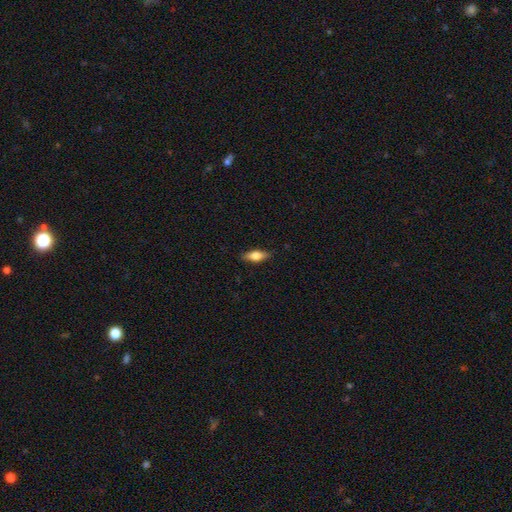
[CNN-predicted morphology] smooth-or-featured: smooth: 60% | featured or disk: 33% | star or artifact: 7%
  how-rounded: in between: 65% | cigar-shaped: 32% | round: 4%
  merging: none: 87% | minor disturbance: 10% | major disturbance: 2% | merger: 1%